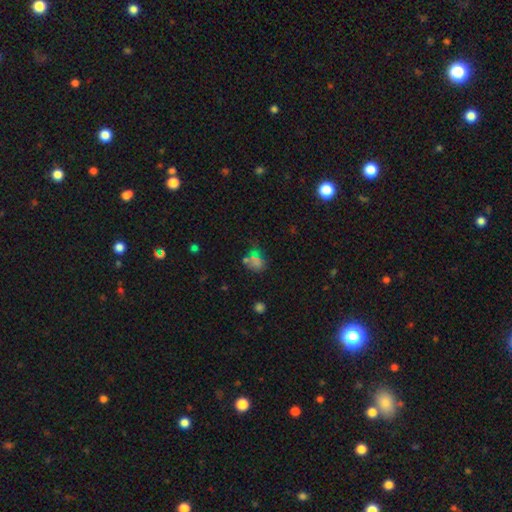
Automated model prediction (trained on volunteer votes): Overall: smooth (47%; star or artifact 40%). Merging: none (51%; merger 18%).